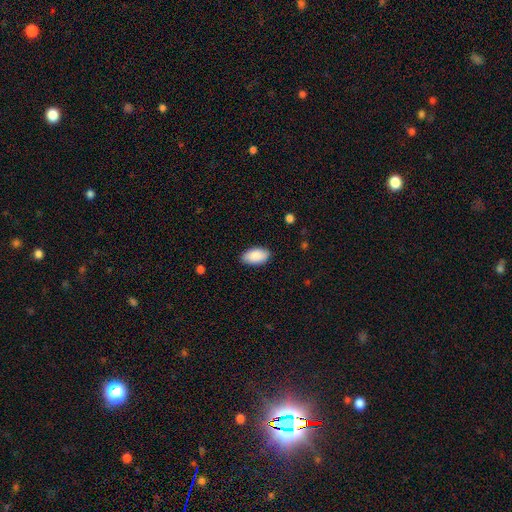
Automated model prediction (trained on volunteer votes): A smooth galaxy with no disk features (89%) that is in between round and cigar-shaped (95%).

Vote fractions:
- Smooth or featured? smooth: 89% / star or artifact: 6% / featured or disk: 5%
- How rounded? in between: 95% / round: 3% / cigar-shaped: 2%
- Merging? none: 86% / minor disturbance: 11% / major disturbance: 2% / merger: 1%